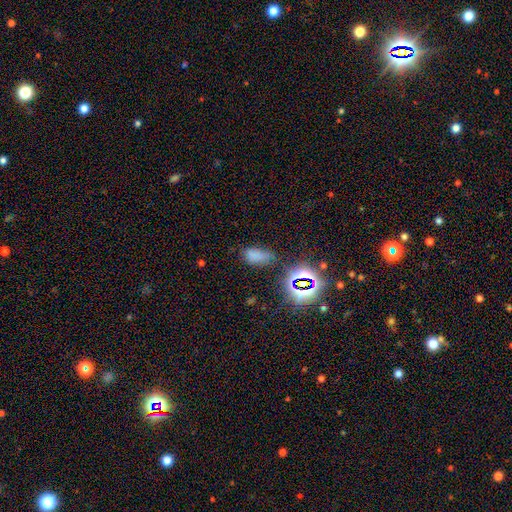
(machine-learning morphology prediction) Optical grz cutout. It shows a smooth galaxy with no disk features (63%) that is in between round and cigar-shaped (86%). Merging: none (51%).